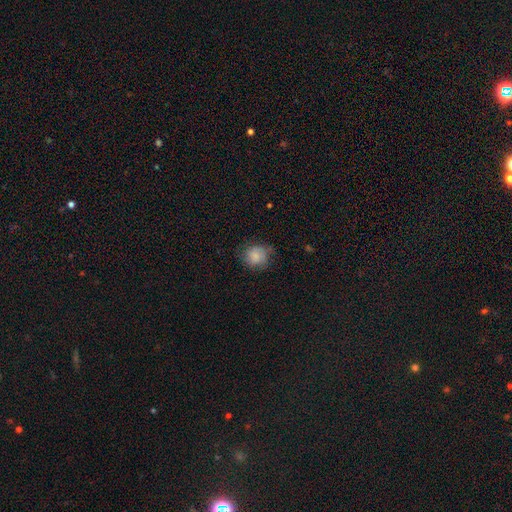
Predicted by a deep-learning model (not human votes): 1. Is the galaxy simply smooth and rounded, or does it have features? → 77% smooth, 15% featured or disk, 8% star or artifact.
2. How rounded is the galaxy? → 79% round, 21% in between, 1% cigar-shaped.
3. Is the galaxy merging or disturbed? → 64% none, 26% minor disturbance, 9% major disturbance, 1% merger.